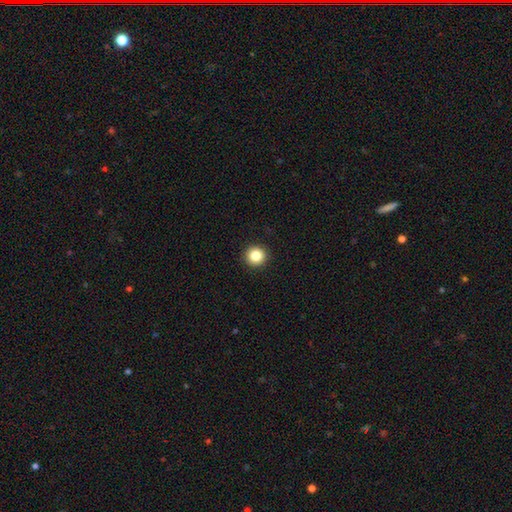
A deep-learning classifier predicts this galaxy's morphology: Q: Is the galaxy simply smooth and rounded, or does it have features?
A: smooth — 84%.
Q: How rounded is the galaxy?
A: round — 95%.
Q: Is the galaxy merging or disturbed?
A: none — 93%.